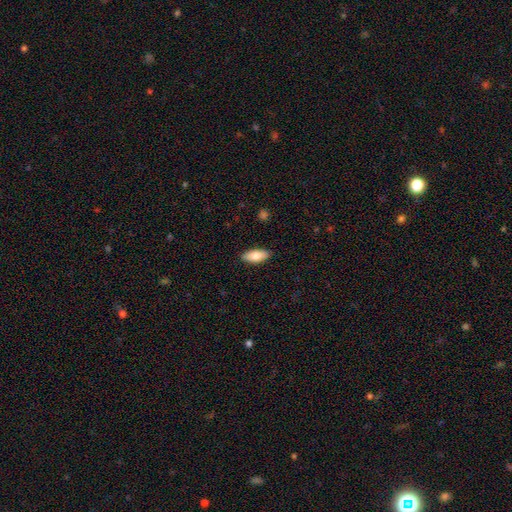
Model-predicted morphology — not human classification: Q: Smooth or featured?
A: smooth (79%); runner-up: featured or disk (15%)
Q: How rounded?
A: in between (84%); runner-up: cigar-shaped (14%)
Q: Merging?
A: none (89%); runner-up: minor disturbance (8%)